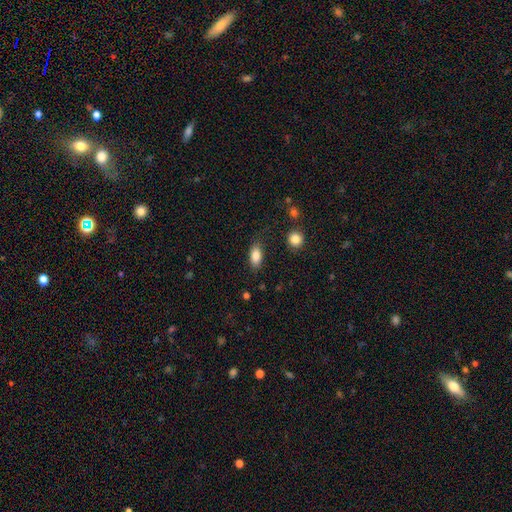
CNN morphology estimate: A smooth galaxy with no disk features (85%) that is in between round and cigar-shaped (88%). Merging: none (81%).